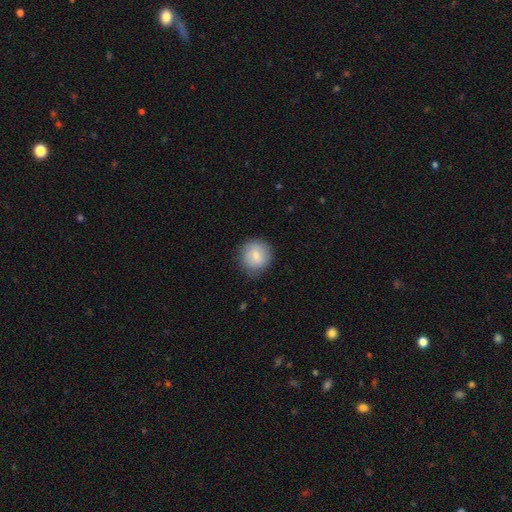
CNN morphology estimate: The model was most divided on "smooth or featured": smooth: 75%, featured or disk: 18%, star or artifact: 7%. More confident: how rounded — round (87%); merging — none (80%).